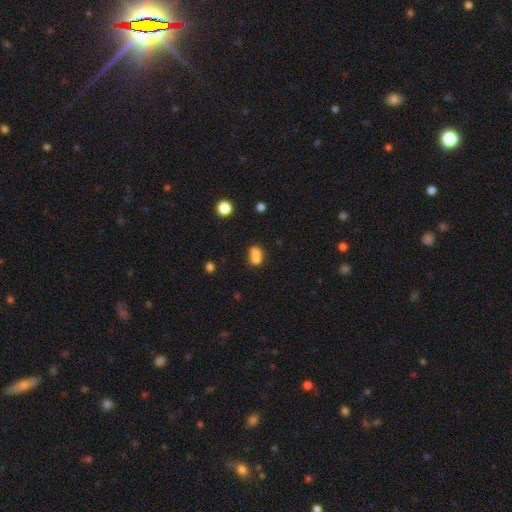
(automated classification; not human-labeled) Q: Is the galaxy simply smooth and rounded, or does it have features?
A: smooth — 71%.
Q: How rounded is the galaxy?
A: in between — 52%.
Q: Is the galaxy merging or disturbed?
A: merger — 60%.